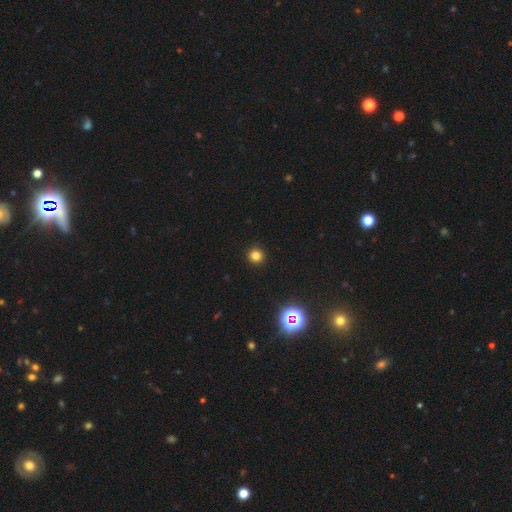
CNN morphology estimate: A smooth galaxy with no disk features (79%) that is round (95%).

Vote fractions:
- Smooth or featured? smooth: 79% / star or artifact: 17% / featured or disk: 4%
- How rounded? round: 95% / in between: 4% / cigar-shaped: 1%
- Merging? none: 93% / minor disturbance: 4% / major disturbance: 2% / merger: 1%